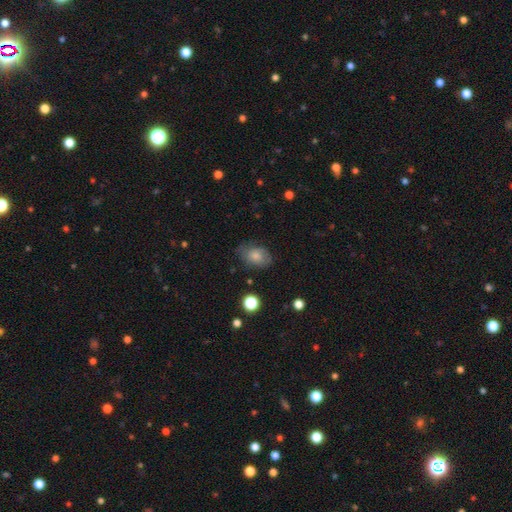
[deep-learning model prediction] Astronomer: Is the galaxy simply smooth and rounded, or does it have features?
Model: smooth — 72%.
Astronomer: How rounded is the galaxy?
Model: in between — 78%.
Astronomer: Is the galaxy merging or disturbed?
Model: none — 66%.